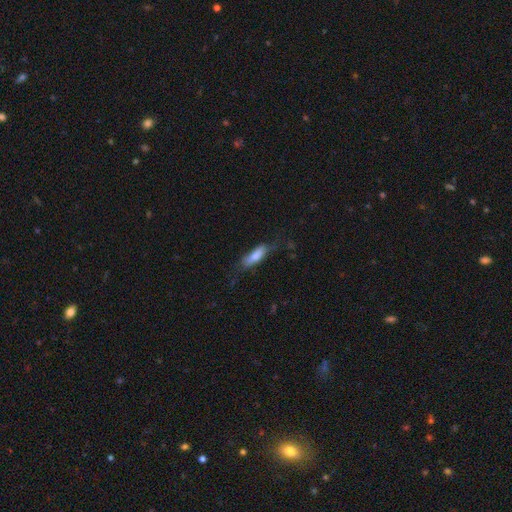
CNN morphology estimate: Overall: smooth (74%). How rounded: cigar-shaped (50%; in between 48%). Merging: none (59%; minor disturbance 26%).